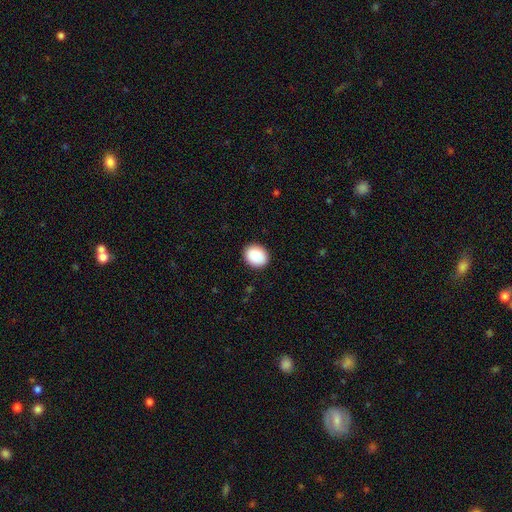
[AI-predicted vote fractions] A smooth galaxy with no disk features (90%) that is in between round and cigar-shaped (50%, tied with round).

Vote fractions:
- Smooth or featured? smooth: 90% / star or artifact: 7% / featured or disk: 3%
- How rounded? in between: 50% (tied) / round: 50% (tied) / cigar-shaped: 1%
- Merging? none: 90% / minor disturbance: 7% / major disturbance: 2% / merger: 1%